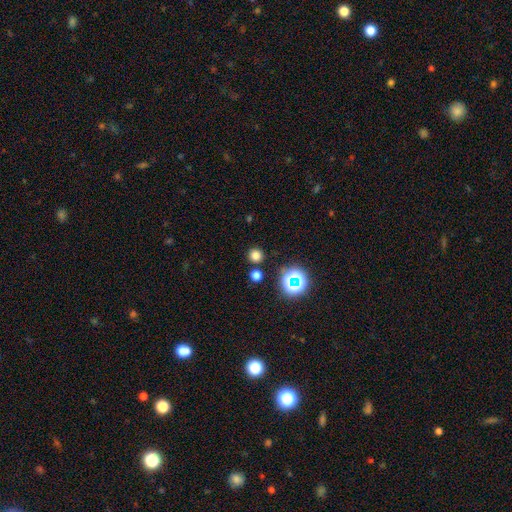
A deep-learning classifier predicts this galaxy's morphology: type=smooth (72%); roundness=round (93%); merging=none (86%).